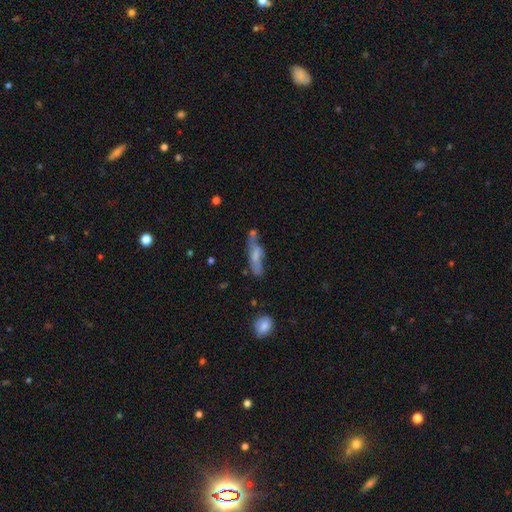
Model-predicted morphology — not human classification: The model was most divided on "smooth or featured": smooth: 50%, featured or disk: 41%, star or artifact: 9%. Remaining: merging — none (42%).